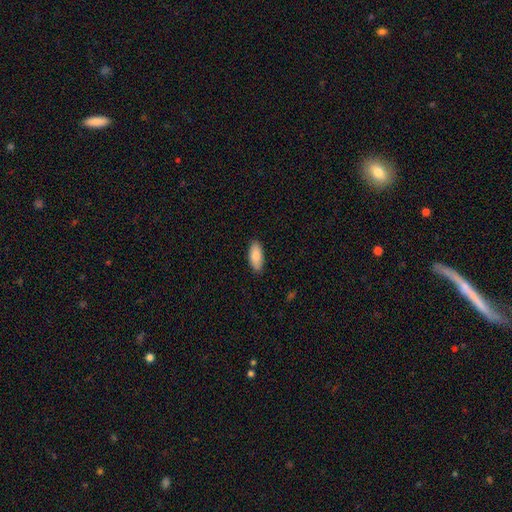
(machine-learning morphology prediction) This is clearly a smooth galaxy (85%). How rounded: clearly in between (88%). Merging: clearly none (88%).